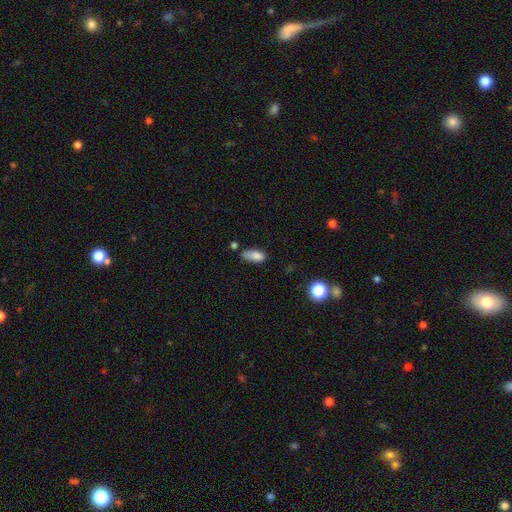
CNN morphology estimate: This is clearly a smooth galaxy (82%). How rounded: clearly in between (83%). Merging: marginally none (44%).